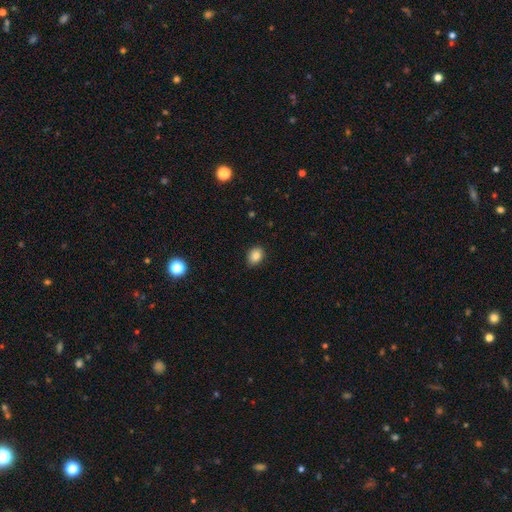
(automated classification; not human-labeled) This appears to be a smooth galaxy with no disk features (85%) that is in between round and cigar-shaped (59%). Merging: none (84%).